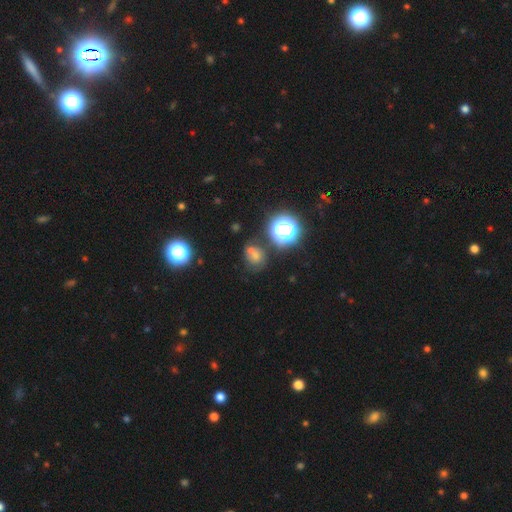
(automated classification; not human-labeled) smooth 50%, star or artifact 36%, featured or disk 14%. Down the decision tree: how rounded — round (72%); merging — none (58%).